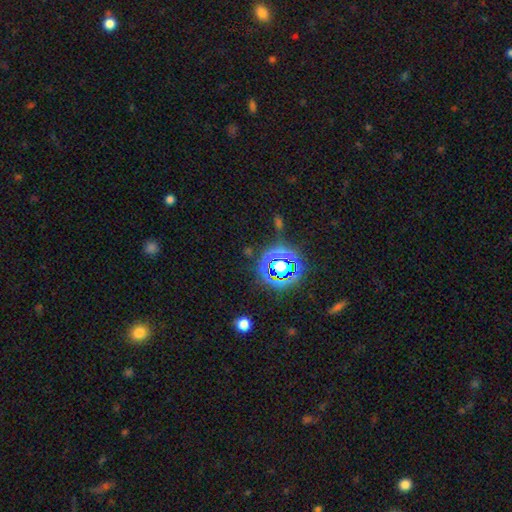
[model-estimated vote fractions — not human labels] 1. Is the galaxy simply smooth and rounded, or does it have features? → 76% star or artifact, 16% smooth, 8% featured or disk.